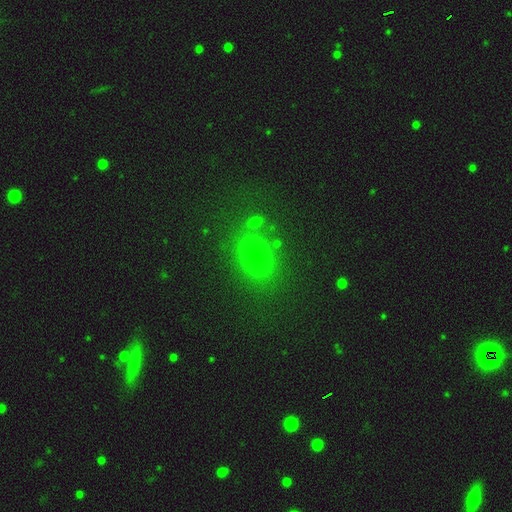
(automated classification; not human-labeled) smooth_or_featured: smooth (p=0.65) [alt: star or artifact p=0.24]
how_rounded: in between (p=0.53) [alt: round p=0.45]
merging: none (p=0.78) [alt: minor disturbance p=0.12]